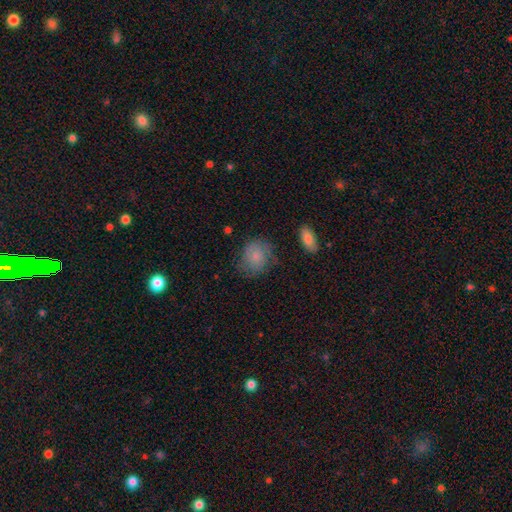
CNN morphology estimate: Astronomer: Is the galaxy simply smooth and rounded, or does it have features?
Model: smooth — 71%.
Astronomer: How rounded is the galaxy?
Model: round — 66%.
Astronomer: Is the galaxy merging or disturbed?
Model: none — 58%.